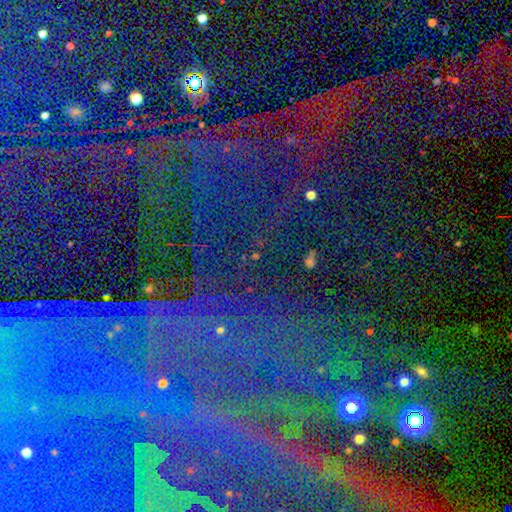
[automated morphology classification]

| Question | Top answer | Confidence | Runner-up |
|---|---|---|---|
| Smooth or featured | star or artifact | 79% | featured or disk (12%) |